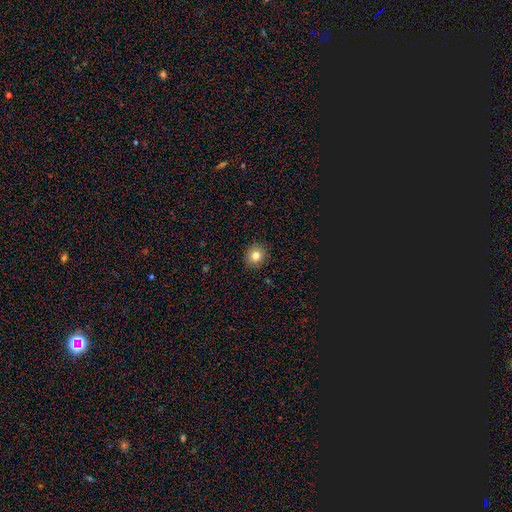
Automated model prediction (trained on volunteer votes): smooth 81%, star or artifact 11%, featured or disk 9%. Down the decision tree: how rounded — round (86%); merging — none (91%).